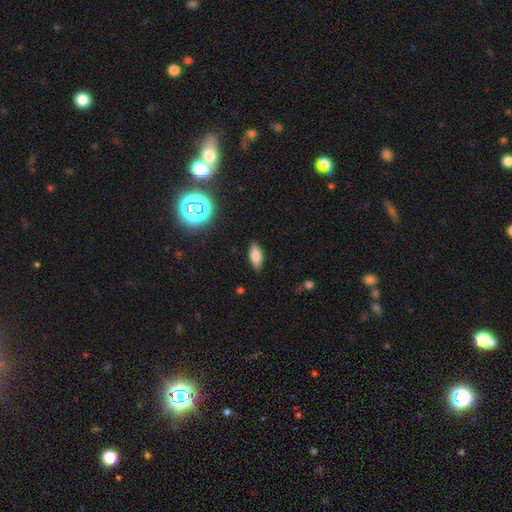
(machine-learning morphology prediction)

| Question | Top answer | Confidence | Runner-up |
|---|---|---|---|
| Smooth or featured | smooth | 74% | featured or disk (15%) |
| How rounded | in between | 77% | cigar-shaped (20%) |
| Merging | none | 86% | minor disturbance (10%) |